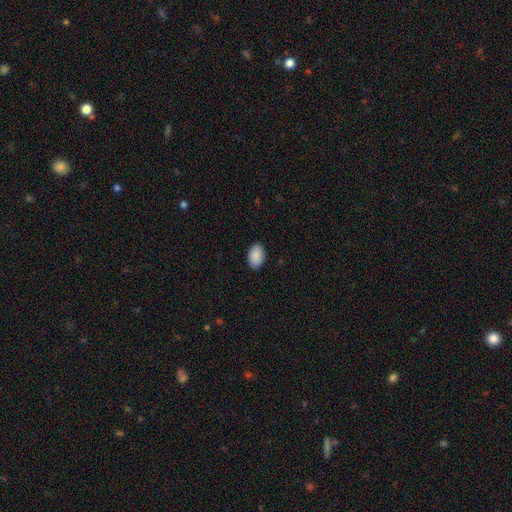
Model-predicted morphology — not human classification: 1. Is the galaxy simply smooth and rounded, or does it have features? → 90% smooth, 6% star or artifact, 3% featured or disk.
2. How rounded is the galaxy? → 88% in between, 11% round, 1% cigar-shaped.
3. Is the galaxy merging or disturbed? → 89% none, 8% minor disturbance, 2% major disturbance, 1% merger.